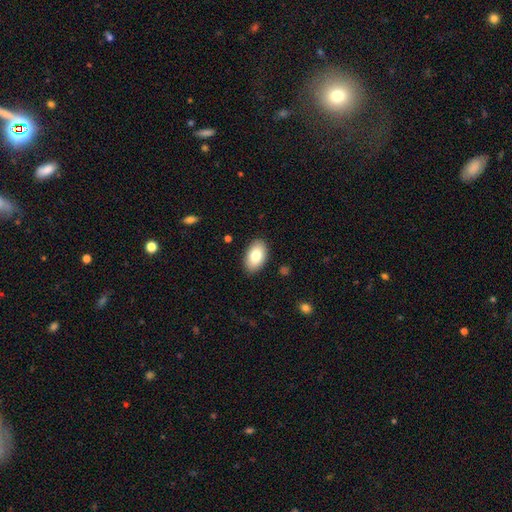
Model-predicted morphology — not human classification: The model was most divided on "smooth or featured": smooth: 82%, featured or disk: 11%, star or artifact: 7%. More confident: how rounded — in between (94%); merging — none (88%).